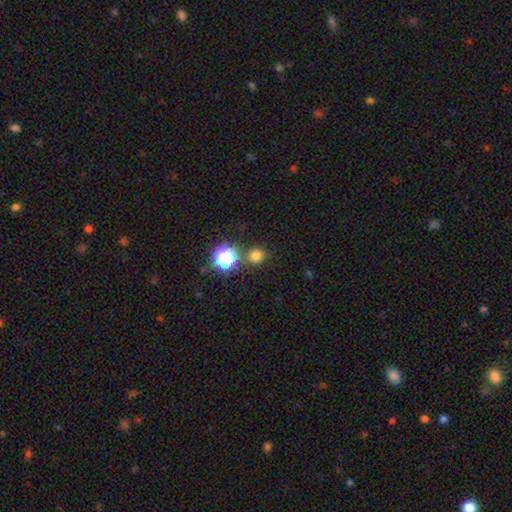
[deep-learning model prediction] smooth_or_featured: smooth (p=0.75) [alt: star or artifact p=0.20]
how_rounded: round (p=0.88) [alt: in between p=0.11]
merging: none (p=0.83) [alt: minor disturbance p=0.07]